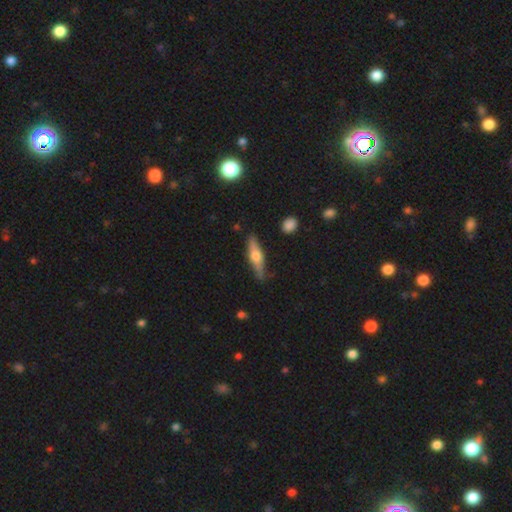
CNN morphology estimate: A featured or disk galaxy (55%) viewed edge-on (93%) with a rounded central bulge (93%).

Vote fractions:
- Smooth or featured? featured or disk: 55% / smooth: 40% / star or artifact: 6%
- Edge-on disk? yes: 93% / no: 7%
- Edge-on bulge? rounded: 93% / boxy: 4% / none: 3%
- Merging? none: 82% / minor disturbance: 13% / major disturbance: 3% / merger: 2%